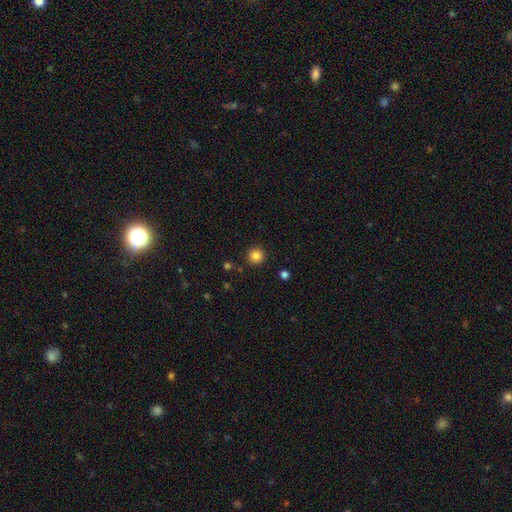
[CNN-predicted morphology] The model was most divided on "smooth or featured": smooth: 84%, star or artifact: 11%, featured or disk: 4%. More confident: how rounded — round (95%); merging — none (91%).